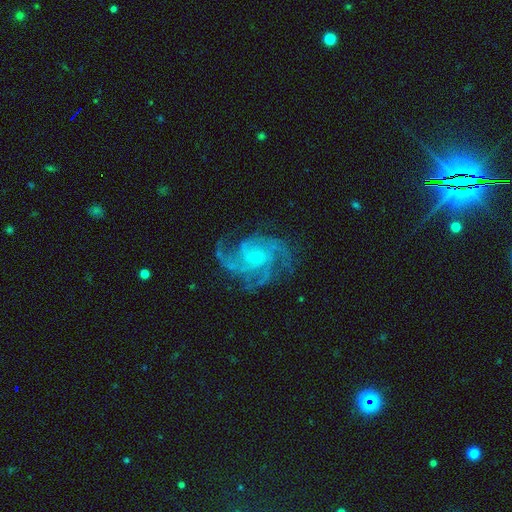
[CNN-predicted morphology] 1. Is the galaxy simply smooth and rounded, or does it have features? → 87% featured or disk, 8% star or artifact, 4% smooth.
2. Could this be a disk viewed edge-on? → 98% no, 2% yes.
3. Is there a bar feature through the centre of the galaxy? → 66% no, 27% weak, 7% strong.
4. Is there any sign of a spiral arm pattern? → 98% yes, 2% no.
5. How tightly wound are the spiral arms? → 48% tight, 44% medium, 9% loose.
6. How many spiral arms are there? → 35% 3, 24% 4, 13% can't tell, 12% 2, 8% more than 4, 7% 1.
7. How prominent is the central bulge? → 65% small, 30% moderate, 3% none, 2% large, 1% dominant.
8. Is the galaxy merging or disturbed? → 76% none, 15% minor disturbance, 7% major disturbance, 1% merger.